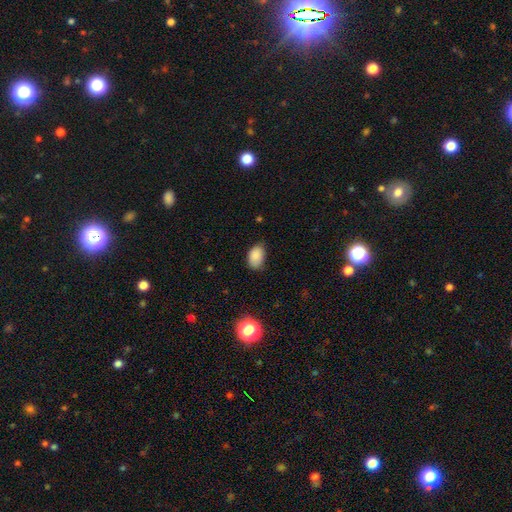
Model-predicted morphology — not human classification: This is clearly a smooth galaxy (87%). How rounded: clearly in between (88%). Merging: likely none (68%).